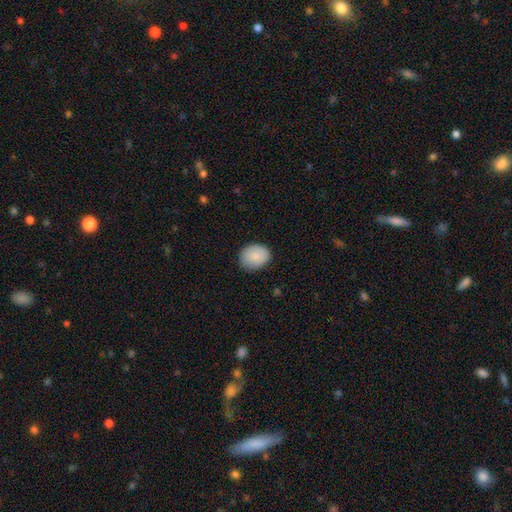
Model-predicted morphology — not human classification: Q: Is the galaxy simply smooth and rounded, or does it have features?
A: smooth — 87%.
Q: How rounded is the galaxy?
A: in between — 50%.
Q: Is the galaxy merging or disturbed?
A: none — 82%.